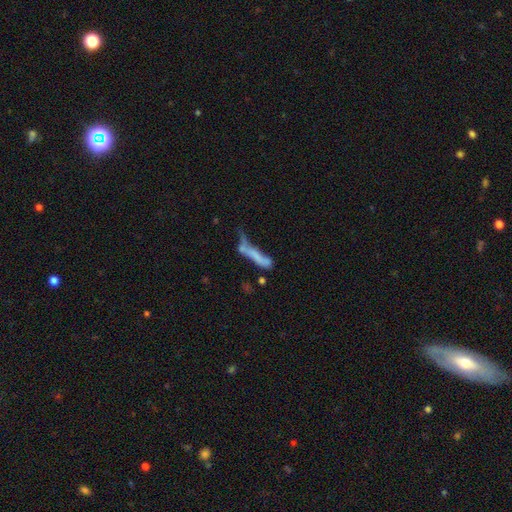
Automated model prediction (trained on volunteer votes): smooth-or-featured: smooth: 50% | featured or disk: 36% | star or artifact: 14%
  merging: merger: 30% | none: 26% | major disturbance: 26% | minor disturbance: 18%